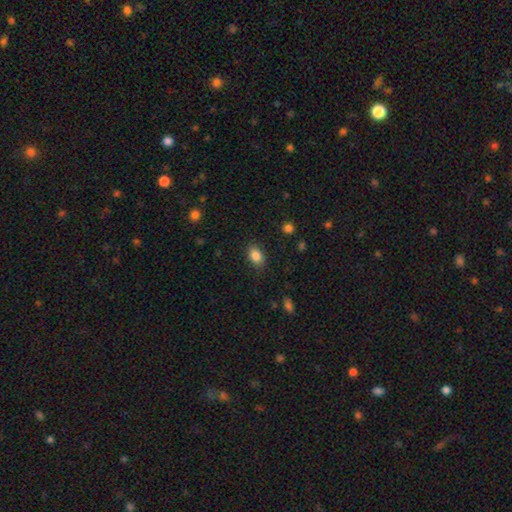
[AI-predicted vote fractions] This appears to be a smooth galaxy with no disk features (85%) that is in between round and cigar-shaped (84%). Merging: none (84%).